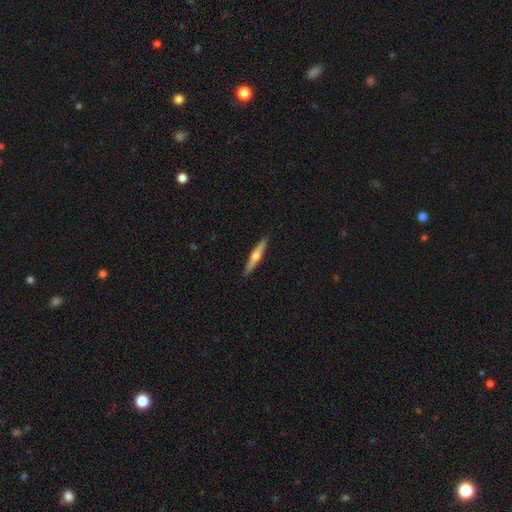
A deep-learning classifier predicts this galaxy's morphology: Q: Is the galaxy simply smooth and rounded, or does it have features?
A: featured or disk — 59%.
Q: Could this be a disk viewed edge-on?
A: yes — 96%.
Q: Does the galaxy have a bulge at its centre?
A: rounded — 91%.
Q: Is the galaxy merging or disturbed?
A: none — 91%.